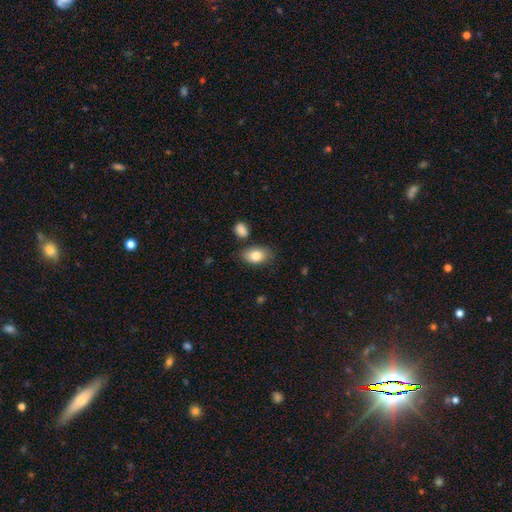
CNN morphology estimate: Smooth or featured? Predicted: smooth (p=0.81). How rounded? Predicted: in between (p=0.87). Merging? Predicted: none (p=0.77).